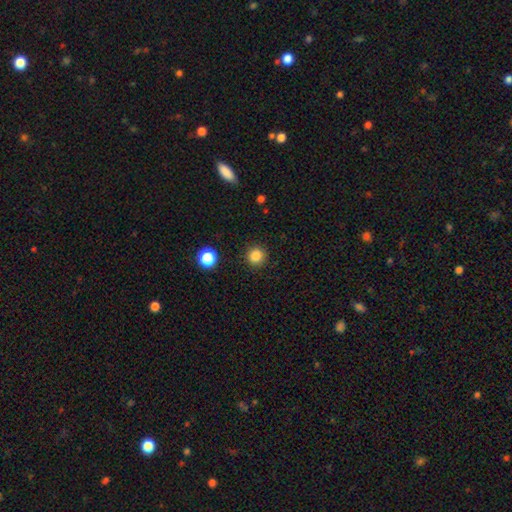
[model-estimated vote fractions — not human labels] A smooth galaxy with no disk features (85%) that is round (93%).

Vote fractions:
- Smooth or featured? smooth: 85% / star or artifact: 12% / featured or disk: 3%
- How rounded? round: 93% / in between: 6% / cigar-shaped: 1%
- Merging? none: 91% / minor disturbance: 5% / major disturbance: 2% / merger: 1%